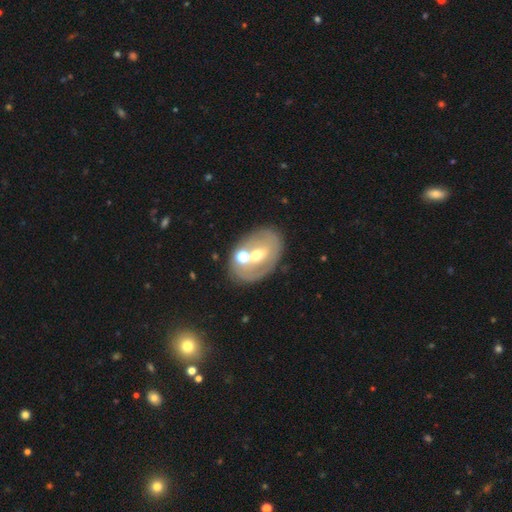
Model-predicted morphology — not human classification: Overall: featured or disk (56%; smooth 35%). Edge-on disk: no (92%). Bar: no (57%; weak 28%). Spiral arms: no (78%). Bulge size: moderate (68%). Merging: none (61%).